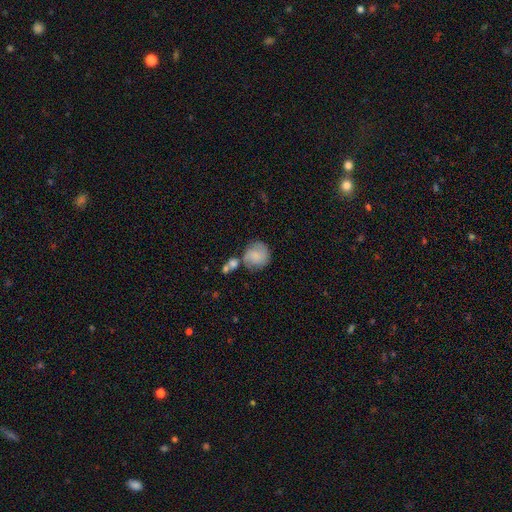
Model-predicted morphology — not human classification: Smooth or featured? smooth (60%)
How rounded? round (82%)
Merging? none (49%)